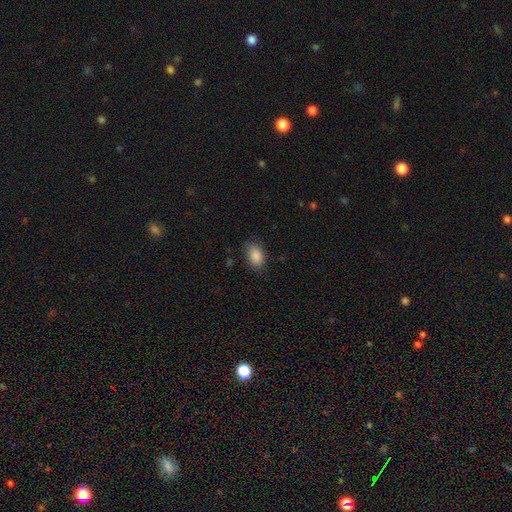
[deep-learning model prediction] Q: Smooth or featured?
A: smooth (88%); runner-up: star or artifact (8%)
Q: How rounded?
A: in between (88%); runner-up: round (10%)
Q: Merging?
A: none (79%); runner-up: minor disturbance (16%)